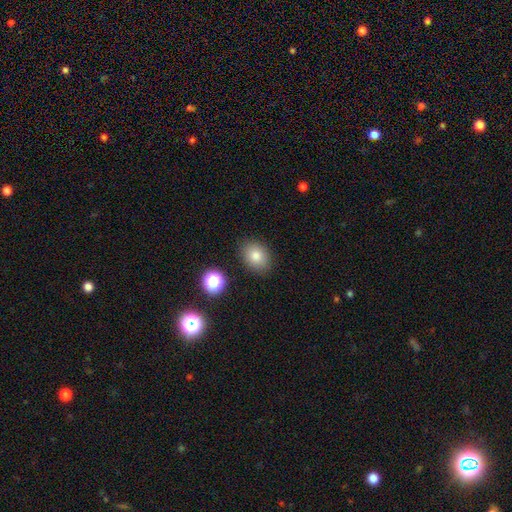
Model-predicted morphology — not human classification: This is clearly a smooth galaxy (81%). How rounded: possibly in between (54%). Merging: clearly none (84%).